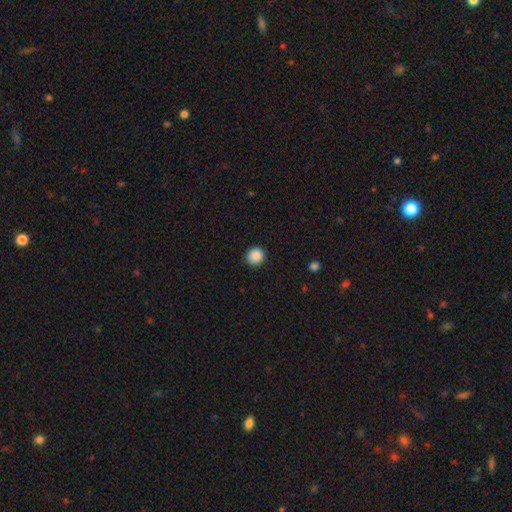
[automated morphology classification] Smooth or featured: smooth — 88% (star or artifact — 9%)
How rounded: round — 92% (in between — 7%)
Merging: none — 91% (minor disturbance — 7%)